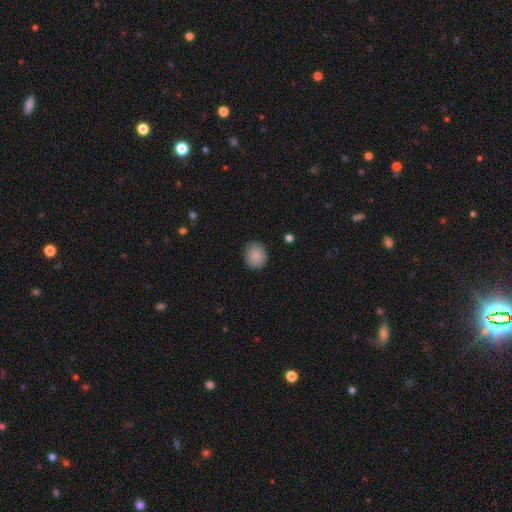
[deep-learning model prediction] Smooth or featured?
  - smooth: 88% *
  - star or artifact: 8%
  - featured or disk: 4%
How rounded?
  - round: 80% *
  - in between: 19%
  - cigar-shaped: 1%
Merging?
  - none: 86% *
  - minor disturbance: 10%
  - major disturbance: 2%
  - merger: 1%